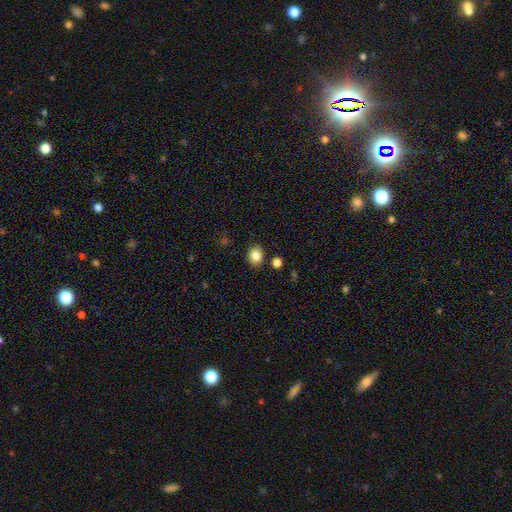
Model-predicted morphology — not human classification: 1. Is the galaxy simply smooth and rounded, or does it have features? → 85% smooth, 10% star or artifact, 5% featured or disk.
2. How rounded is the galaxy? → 59% round, 41% in between, 1% cigar-shaped.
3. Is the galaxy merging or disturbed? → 86% none, 9% minor disturbance, 3% merger, 2% major disturbance.